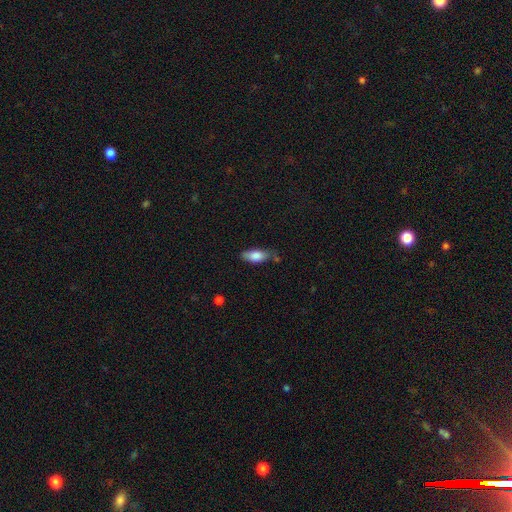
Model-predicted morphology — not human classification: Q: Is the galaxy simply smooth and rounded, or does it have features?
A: smooth — 77%.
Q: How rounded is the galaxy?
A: in between — 79%.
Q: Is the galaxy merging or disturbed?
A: none — 63%.